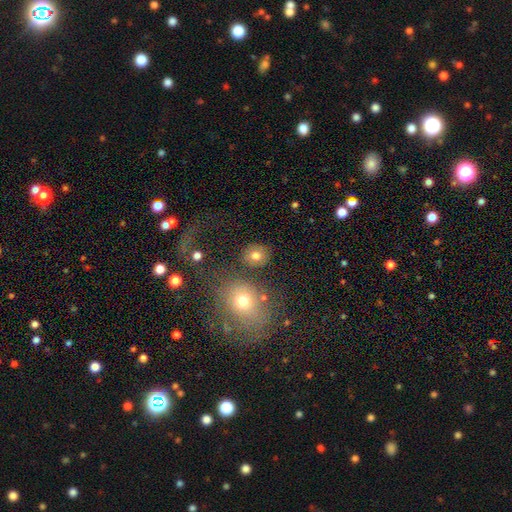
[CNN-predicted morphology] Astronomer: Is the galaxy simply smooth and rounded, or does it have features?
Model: smooth — 76%.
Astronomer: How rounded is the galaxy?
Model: round — 76%.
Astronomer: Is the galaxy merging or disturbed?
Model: none — 80%.